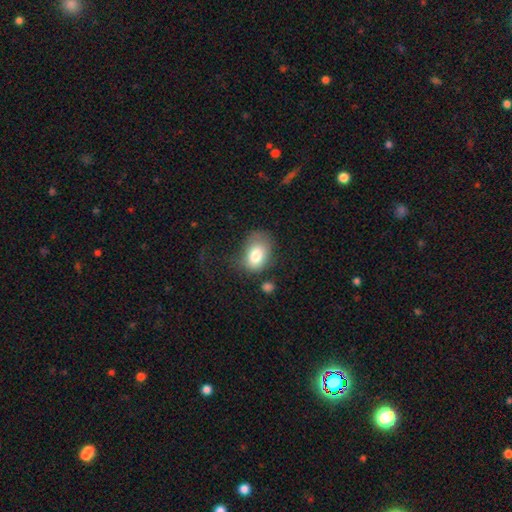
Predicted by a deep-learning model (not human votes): Smooth or featured?
  - smooth: 78% *
  - featured or disk: 13%
  - star or artifact: 9%
How rounded?
  - in between: 76% *
  - round: 23%
  - cigar-shaped: 1%
Merging?
  - none: 47% *
  - minor disturbance: 30%
  - major disturbance: 18%
  - merger: 5%